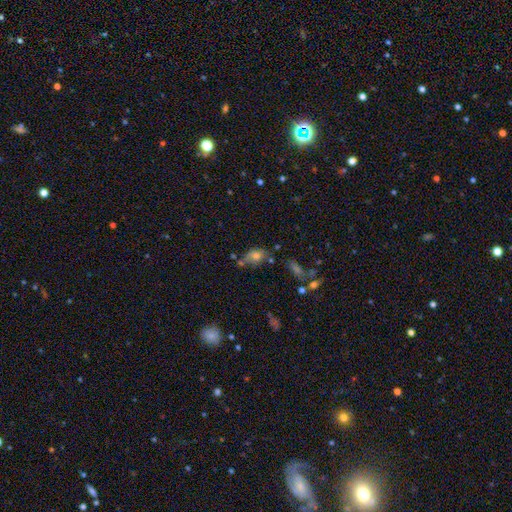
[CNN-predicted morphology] type=smooth (65%); roundness=in between (76%); merging=none (47%).